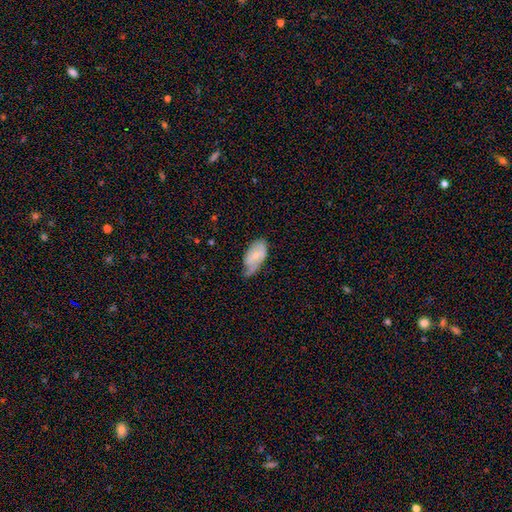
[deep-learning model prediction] The model was most divided on "merging": minor disturbance: 42%, none: 40%, major disturbance: 16%, merger: 2%. Remaining: smooth or featured — featured or disk (49%).